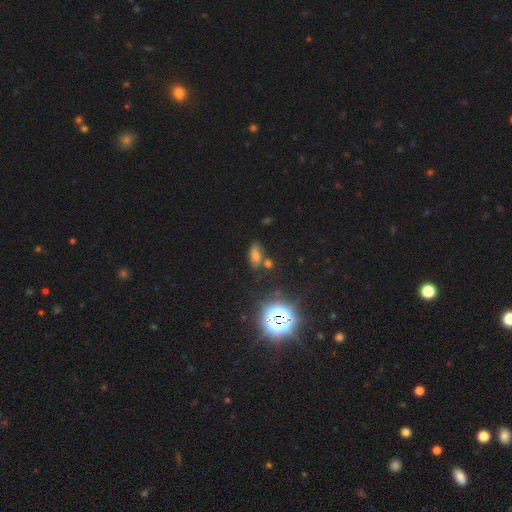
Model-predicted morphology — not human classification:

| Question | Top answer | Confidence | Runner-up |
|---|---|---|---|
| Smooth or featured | smooth | 49% | star or artifact (37%) |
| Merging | none | 67% | minor disturbance (15%) |